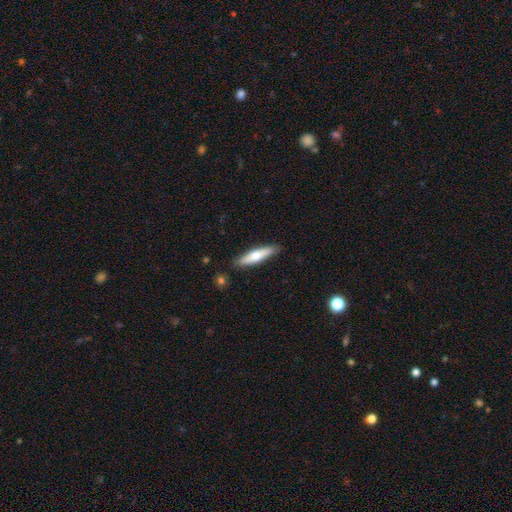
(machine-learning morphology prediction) A smooth galaxy with no disk features (56%) that is cigar-shaped (77%). Merging: none (87%).